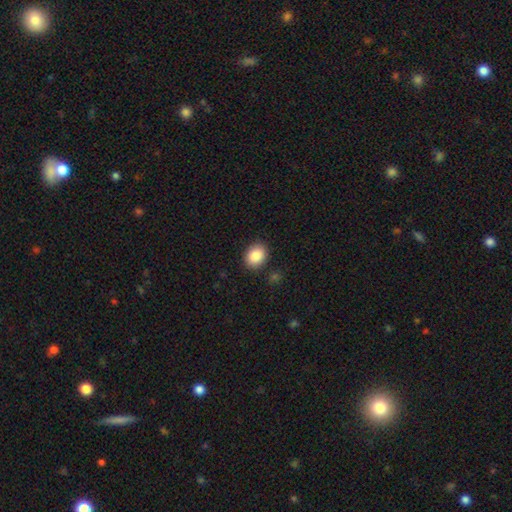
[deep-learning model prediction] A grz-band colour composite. It shows a smooth galaxy with no disk features (86%) that is in between round and cigar-shaped (59%). Merging: none (88%).